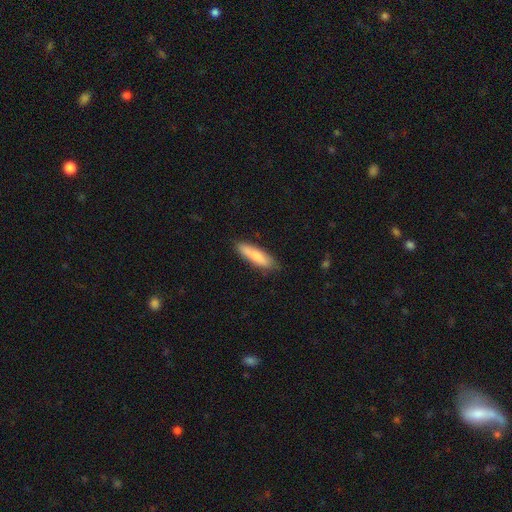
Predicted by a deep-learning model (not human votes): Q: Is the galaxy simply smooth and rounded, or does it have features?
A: smooth — 80%.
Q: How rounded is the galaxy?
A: cigar-shaped — 68%.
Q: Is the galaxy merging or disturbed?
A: none — 79%.